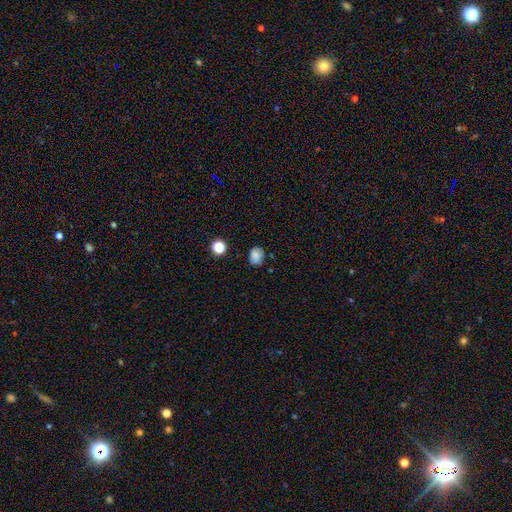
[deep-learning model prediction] smooth_or_featured: smooth (p=0.74) [alt: star or artifact p=0.14]
how_rounded: round (p=0.50) [alt: in between p=0.49]
merging: none (p=0.73) [alt: minor disturbance p=0.19]